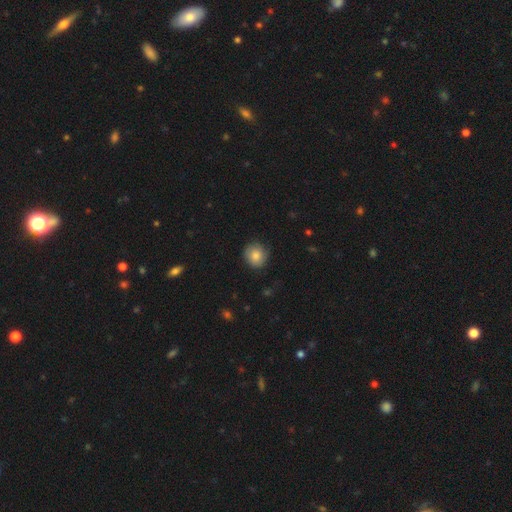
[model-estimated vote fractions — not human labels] Smooth or featured? smooth (85%)
How rounded? round (86%)
Merging? none (83%)